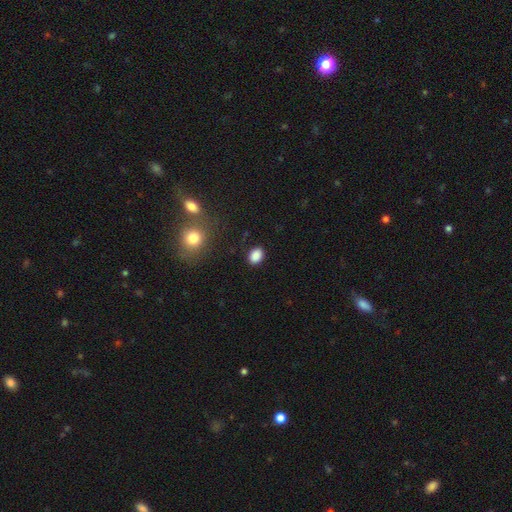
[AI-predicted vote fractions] Smooth or featured? smooth (88%)
How rounded? in between (69%)
Merging? none (86%)